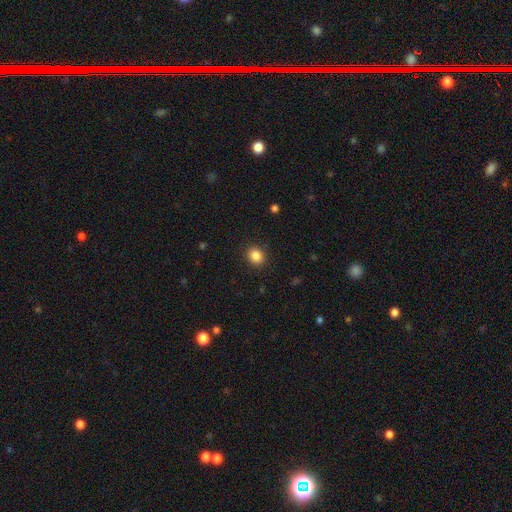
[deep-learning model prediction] A smooth galaxy with no disk features (86%) that is round (69%).

Vote fractions:
- Smooth or featured? smooth: 86% / star or artifact: 10% / featured or disk: 4%
- How rounded? round: 69% / in between: 30% / cigar-shaped: 1%
- Merging? none: 90% / minor disturbance: 7% / major disturbance: 2% / merger: 1%